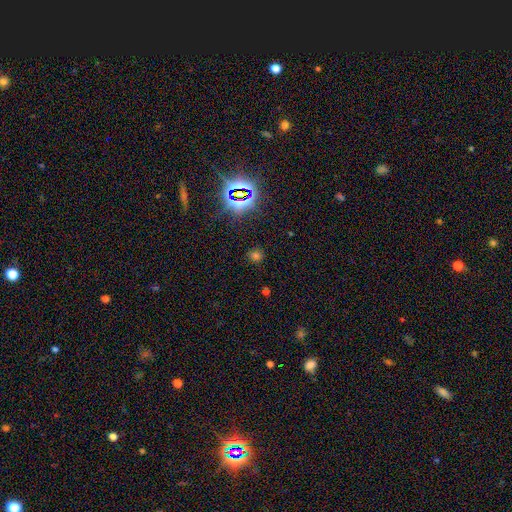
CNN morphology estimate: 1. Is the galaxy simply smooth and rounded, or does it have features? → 54% smooth, 40% star or artifact, 6% featured or disk.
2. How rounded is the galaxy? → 83% round, 16% in between, 1% cigar-shaped.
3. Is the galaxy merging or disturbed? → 86% none, 9% minor disturbance, 4% major disturbance, 2% merger.